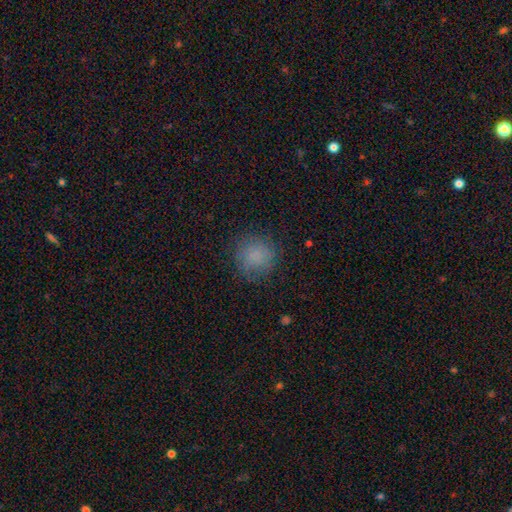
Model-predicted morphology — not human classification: The model was most divided on "merging": none: 78%, minor disturbance: 15%, major disturbance: 6%, merger: 1%. More confident: how rounded — round (90%); smooth or featured — smooth (80%).